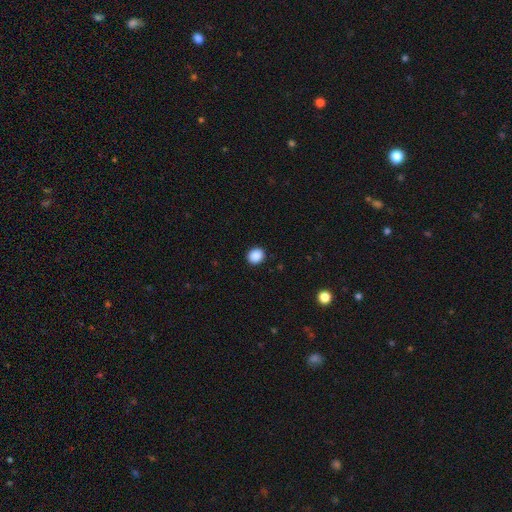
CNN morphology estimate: A smooth galaxy with no disk features (89%) that is round (72%).

Vote fractions:
- Smooth or featured? smooth: 89% / star or artifact: 8% / featured or disk: 2%
- How rounded? round: 72% / in between: 27% / cigar-shaped: 1%
- Merging? none: 90% / minor disturbance: 7% / major disturbance: 2% / merger: 1%